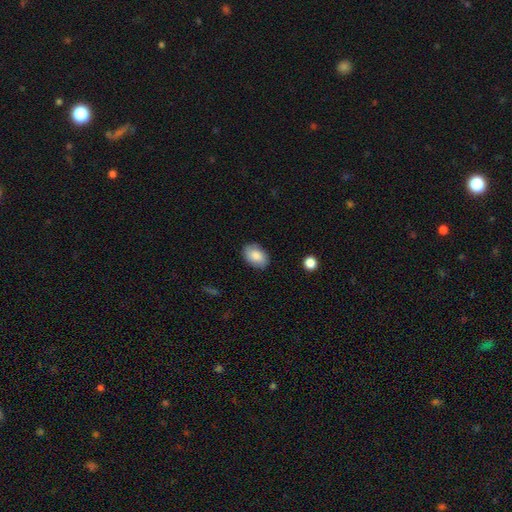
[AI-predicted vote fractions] A smooth galaxy with no disk features (82%) that is in between round and cigar-shaped (84%). Merging: none (83%).